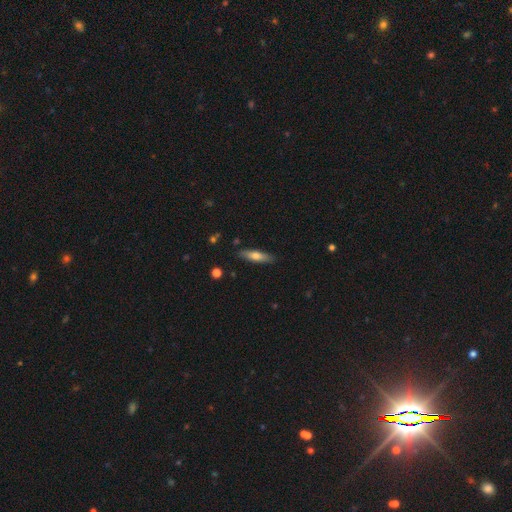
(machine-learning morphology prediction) smooth_or_featured: smooth (p=0.63) [alt: featured or disk p=0.31]
how_rounded: cigar-shaped (p=0.72) [alt: in between p=0.26]
merging: none (p=0.87) [alt: minor disturbance p=0.10]